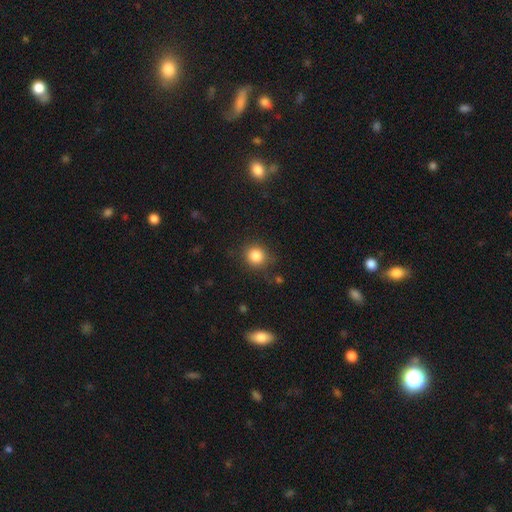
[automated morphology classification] A smooth galaxy with no disk features (84%) that is round (87%). Merging: none (83%).